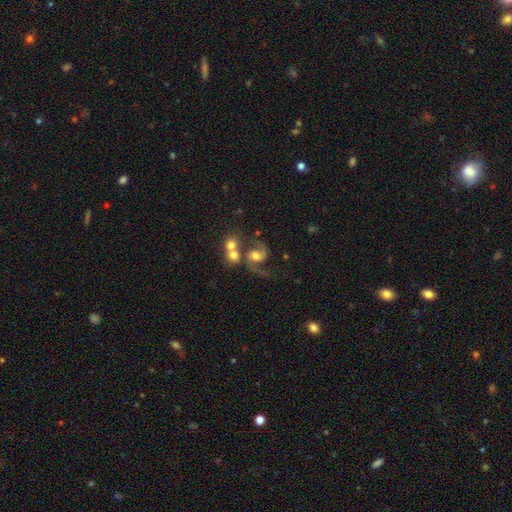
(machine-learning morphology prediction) A featured or disk galaxy (71%) with no bar (58%), 2 (78%) loose (56%) spiral arms (92%) and a moderate central bulge (56%). Merging: merger (39%).